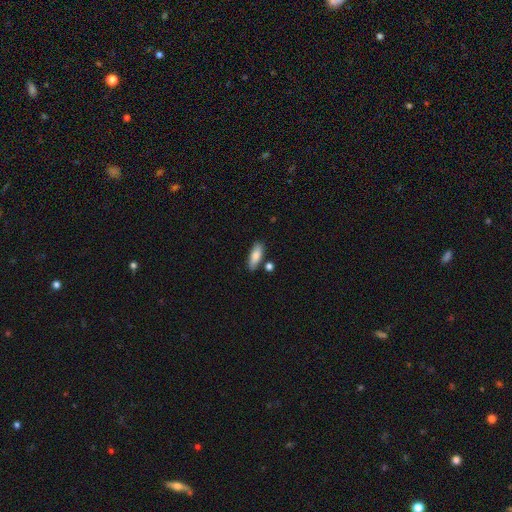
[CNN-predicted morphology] Smooth or featured: smooth — 79% (featured or disk — 14%)
How rounded: in between — 67% (cigar-shaped — 30%)
Merging: none — 77% (minor disturbance — 13%)